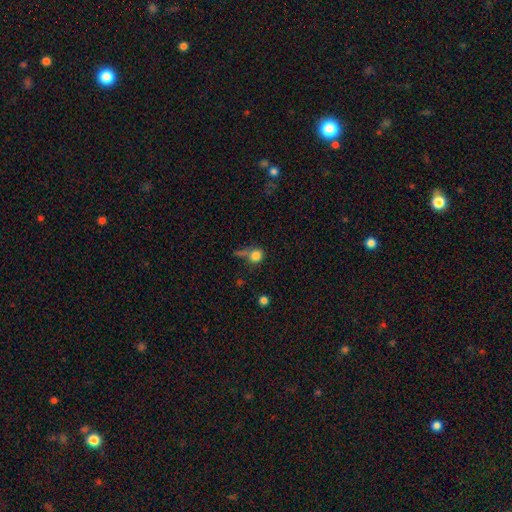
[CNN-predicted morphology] Smooth or featured: smooth — 79% (star or artifact — 12%)
How rounded: round — 81% (in between — 17%)
Merging: none — 46% (minor disturbance — 19%)